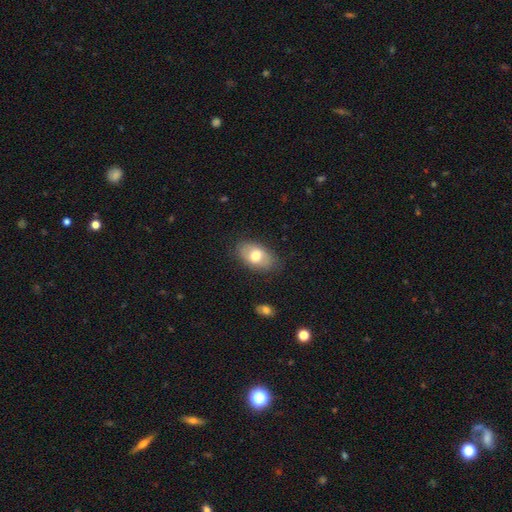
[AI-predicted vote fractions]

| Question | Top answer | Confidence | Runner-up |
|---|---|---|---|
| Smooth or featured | smooth | 66% | featured or disk (27%) |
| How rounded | in between | 91% | round (8%) |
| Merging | none | 81% | minor disturbance (15%) |